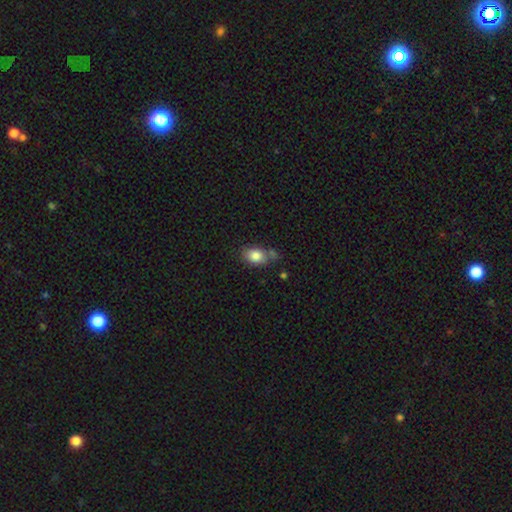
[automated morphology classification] Smooth or featured? Predicted: smooth (p=0.83). How rounded? Predicted: in between (p=0.79). Merging? Predicted: none (p=0.60).